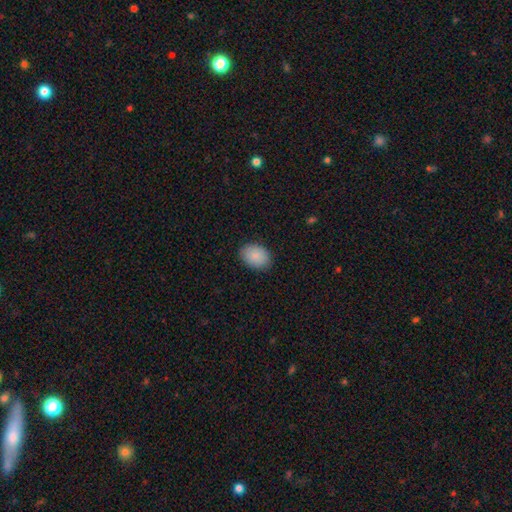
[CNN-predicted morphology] smooth-or-featured: smooth: 89% | star or artifact: 7% | featured or disk: 5%
  how-rounded: in between: 78% | round: 21% | cigar-shaped: 1%
  merging: none: 88% | minor disturbance: 9% | major disturbance: 2% | merger: 1%